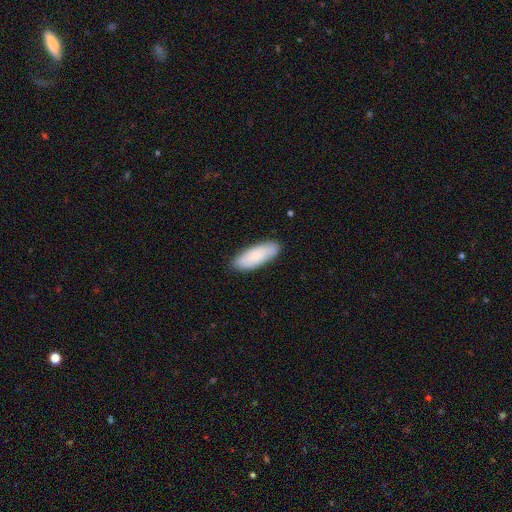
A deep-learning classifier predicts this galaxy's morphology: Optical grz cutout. It shows a smooth galaxy with no disk features (80%) that is in between round and cigar-shaped (72%). Merging: none (87%).